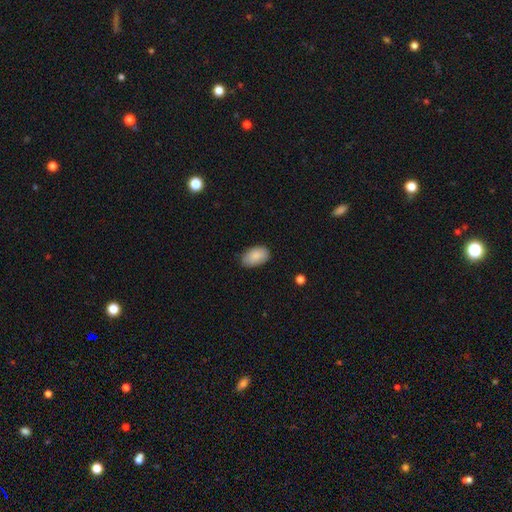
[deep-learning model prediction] The model was most divided on "merging": none: 80%, minor disturbance: 16%, major disturbance: 3%, merger: 1%. More confident: how rounded — in between (94%); smooth or featured — smooth (88%).